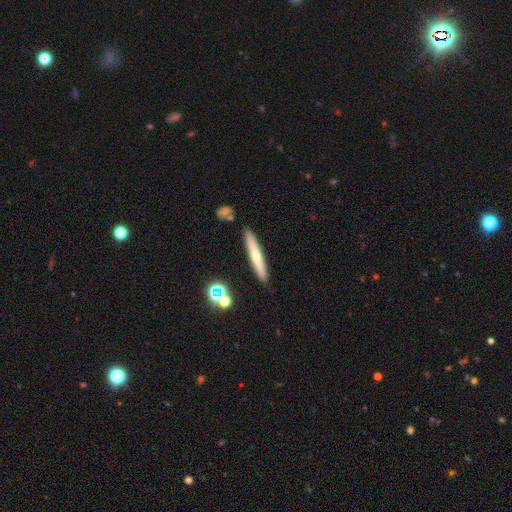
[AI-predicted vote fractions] The model was most divided on "smooth or featured": featured or disk: 48%, smooth: 44%, star or artifact: 8%. More confident: merging — none (88%).